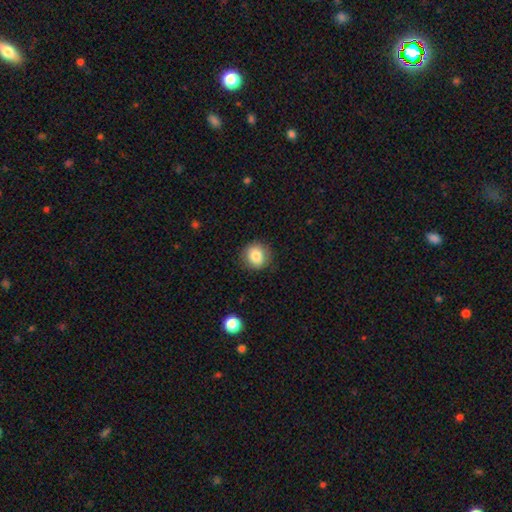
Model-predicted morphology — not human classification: smooth 83%, star or artifact 9%, featured or disk 8%. Down the decision tree: how rounded — round (87%); merging — none (87%).